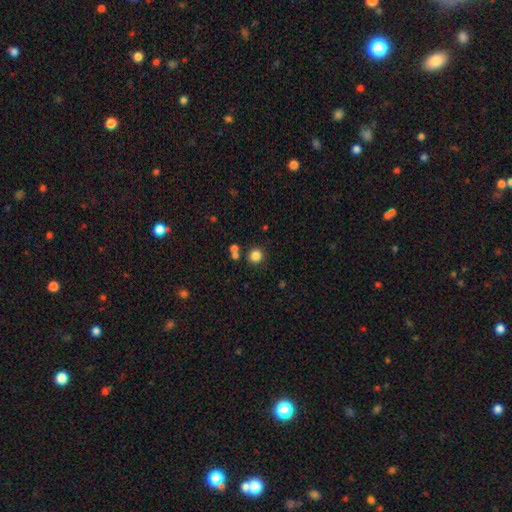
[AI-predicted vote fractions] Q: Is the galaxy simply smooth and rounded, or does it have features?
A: smooth — 83%.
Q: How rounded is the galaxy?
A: round — 89%.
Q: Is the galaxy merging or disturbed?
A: none — 80%.